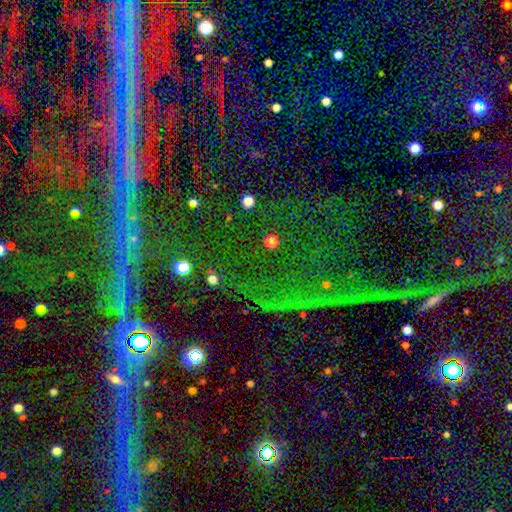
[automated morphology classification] A star or artifact, not a galaxy (85%).